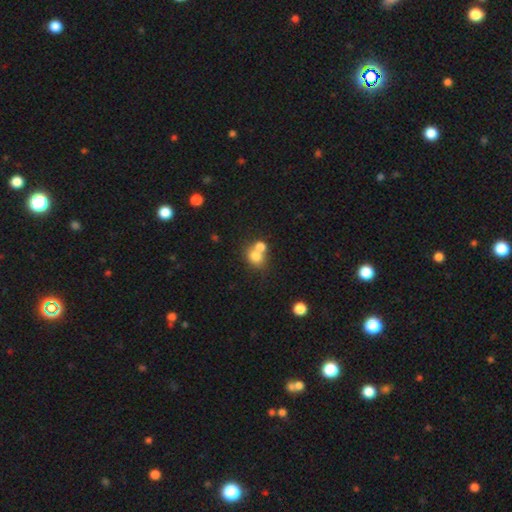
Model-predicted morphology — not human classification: Smooth or featured?
  - smooth: 75% *
  - featured or disk: 13%
  - star or artifact: 11%
How rounded?
  - round: 67% *
  - in between: 32%
  - cigar-shaped: 1%
Merging?
  - merger: 54% *
  - none: 35%
  - minor disturbance: 7%
  - major disturbance: 3%